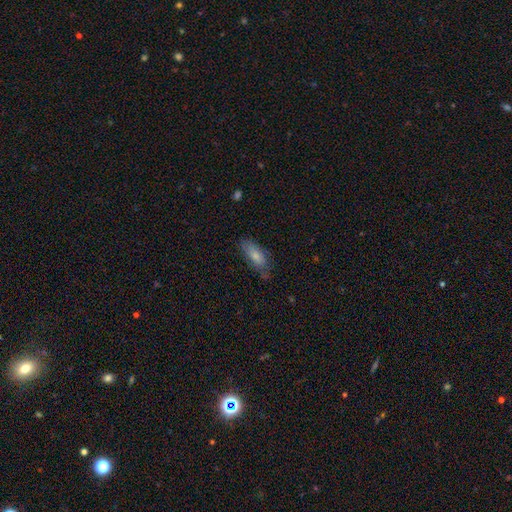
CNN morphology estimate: A smooth galaxy with no disk features (77%) that is in between round and cigar-shaped (76%). Merging: none (66%).